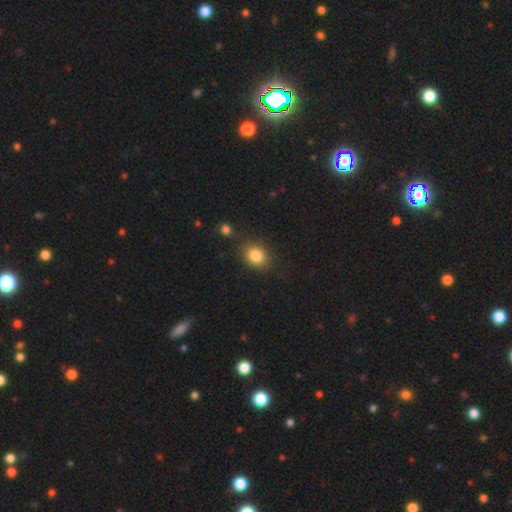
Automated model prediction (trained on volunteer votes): A smooth galaxy with no disk features (84%) that is in between round and cigar-shaped (50%). Merging: none (79%).